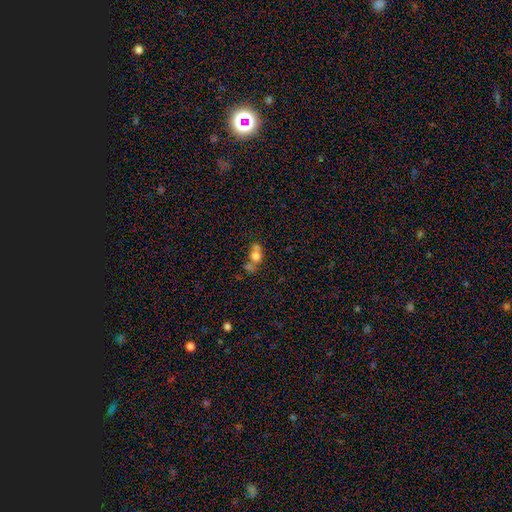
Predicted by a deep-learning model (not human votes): Overall: smooth (66%). How rounded: round (57%; in between 40%). Merging: merger (44%; none 35%).